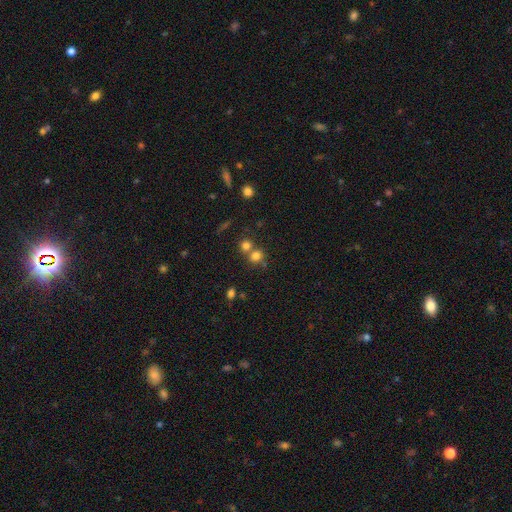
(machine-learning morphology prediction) A smooth galaxy with no disk features (76%) that is round (82%). Merging: none (49%).